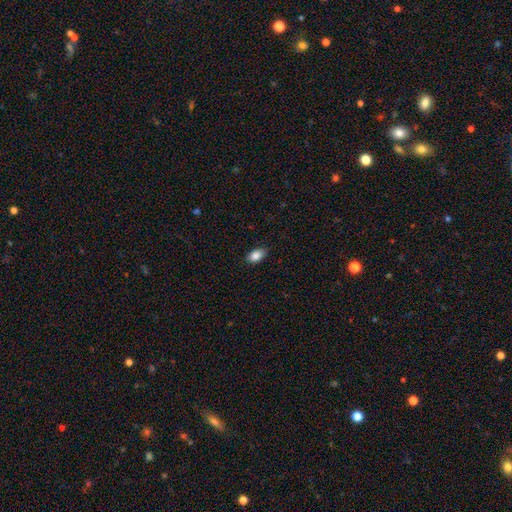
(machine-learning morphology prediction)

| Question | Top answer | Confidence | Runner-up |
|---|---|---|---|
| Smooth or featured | smooth | 87% | star or artifact (8%) |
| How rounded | in between | 90% | round (9%) |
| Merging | none | 87% | minor disturbance (10%) |